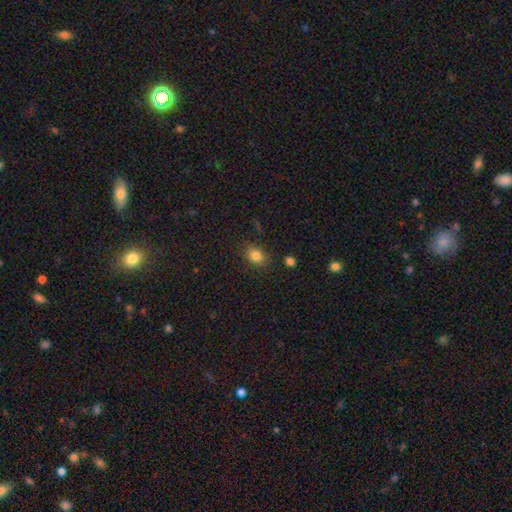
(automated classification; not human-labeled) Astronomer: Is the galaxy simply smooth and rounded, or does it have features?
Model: smooth — 83%.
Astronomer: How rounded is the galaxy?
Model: in between — 58% (runner-up: round, 41%).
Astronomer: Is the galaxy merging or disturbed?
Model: none — 83%.